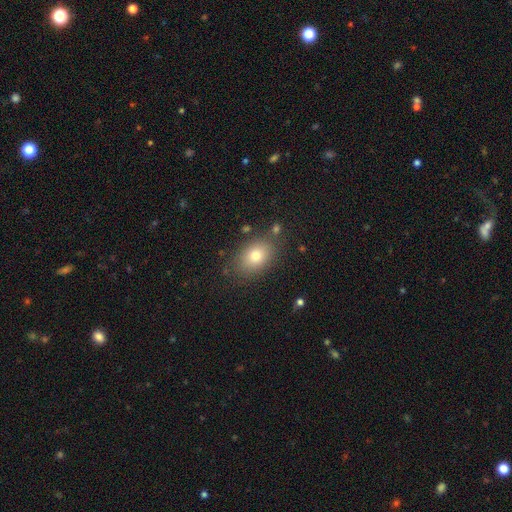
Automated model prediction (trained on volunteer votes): A smooth galaxy with no disk features (76%) that is in between round and cigar-shaped (76%).

Vote fractions:
- Smooth or featured? smooth: 76% / featured or disk: 13% / star or artifact: 11%
- How rounded? in between: 76% / round: 23% / cigar-shaped: 1%
- Merging? none: 79% / minor disturbance: 13% / major disturbance: 4% / merger: 4%